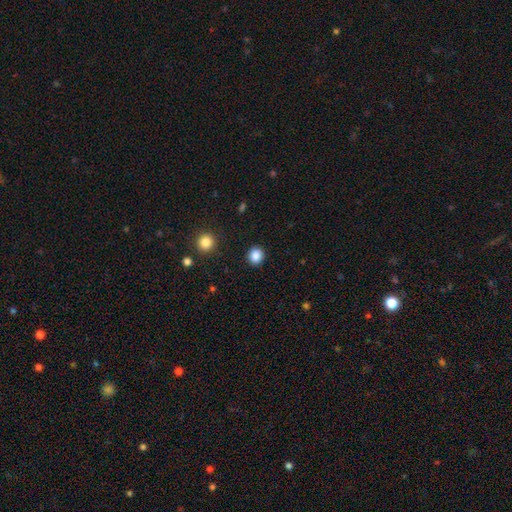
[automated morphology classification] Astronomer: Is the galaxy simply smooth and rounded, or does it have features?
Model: smooth — 86%.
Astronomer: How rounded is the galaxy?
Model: round — 89%.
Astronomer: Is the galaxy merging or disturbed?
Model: none — 91%.